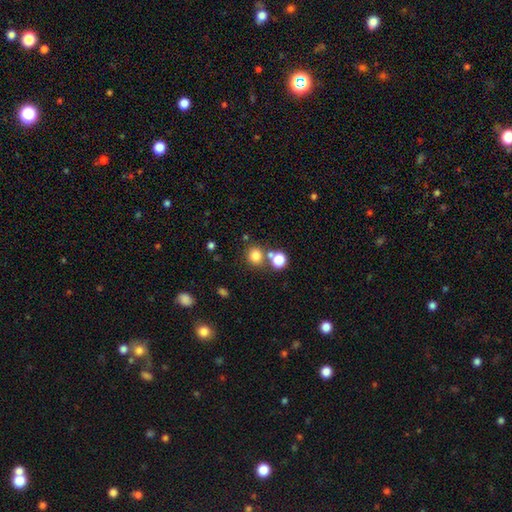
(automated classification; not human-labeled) Smooth or featured? smooth (78%)
How rounded? round (87%)
Merging? none (68%)